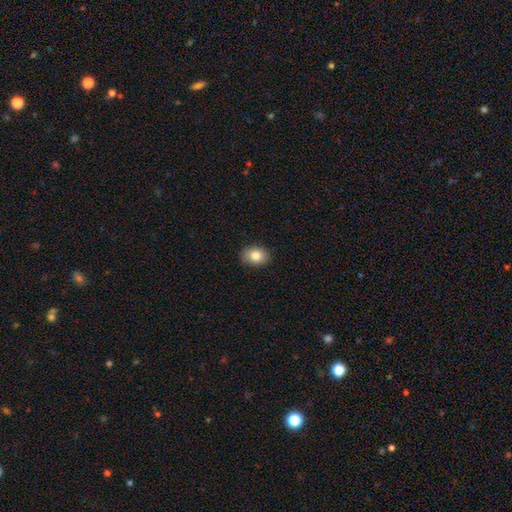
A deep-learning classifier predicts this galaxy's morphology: Smooth or featured?
  - smooth: 83% *
  - star or artifact: 9%
  - featured or disk: 8%
How rounded?
  - in between: 64% *
  - round: 35%
  - cigar-shaped: 1%
Merging?
  - none: 87% *
  - minor disturbance: 10%
  - major disturbance: 2%
  - merger: 1%